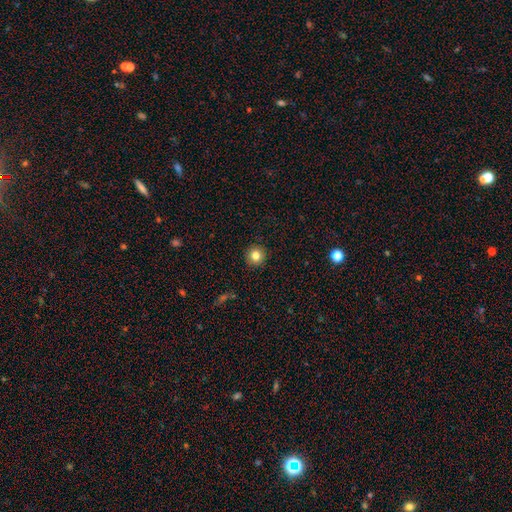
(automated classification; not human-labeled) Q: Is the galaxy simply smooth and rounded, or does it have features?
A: smooth — 82%.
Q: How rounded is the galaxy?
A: round — 95%.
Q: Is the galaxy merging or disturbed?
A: none — 92%.